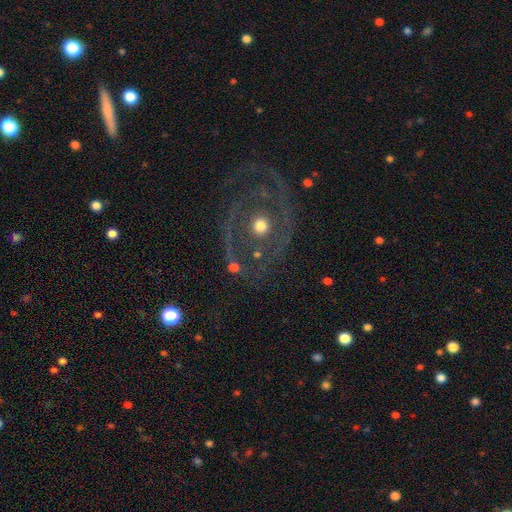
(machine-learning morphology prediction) Overall: featured or disk (80%). Edge-on disk: no (96%). Bar: no (70%). Spiral arms: yes (74%). Spiral arm count: 2 (62%). Spiral winding: tight (46%; medium 39%). Bulge size: moderate (67%). Merging: none (74%).